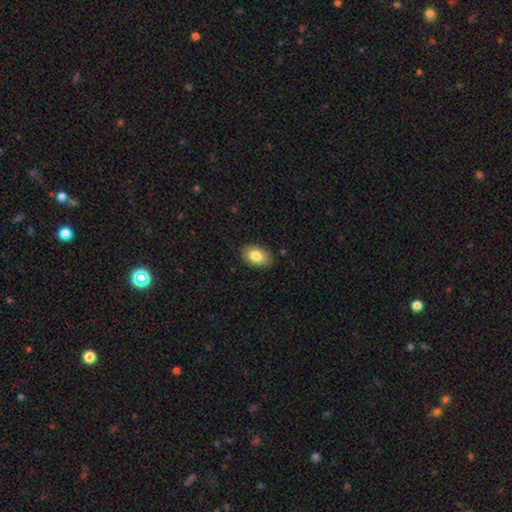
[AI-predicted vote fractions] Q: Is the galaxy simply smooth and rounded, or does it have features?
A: smooth — 82%.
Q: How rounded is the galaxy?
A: in between — 89%.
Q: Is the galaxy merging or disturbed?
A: none — 86%.